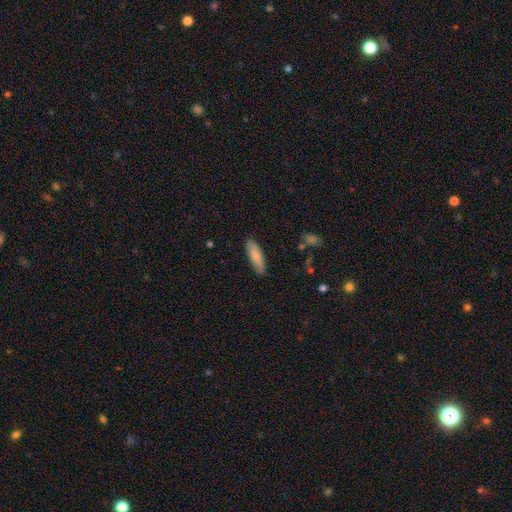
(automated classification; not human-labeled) A smooth galaxy with no disk features (85%) that is cigar-shaped (53%).

Vote fractions:
- Smooth or featured? smooth: 85% / featured or disk: 9% / star or artifact: 6%
- How rounded? cigar-shaped: 53% / in between: 45% / round: 1%
- Merging? none: 85% / minor disturbance: 11% / major disturbance: 2% / merger: 1%